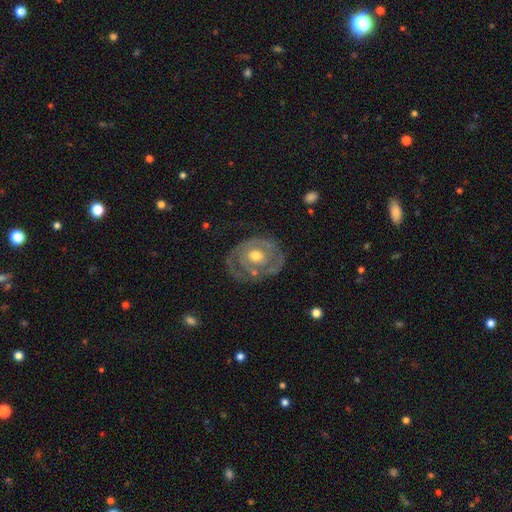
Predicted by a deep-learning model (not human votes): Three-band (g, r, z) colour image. It shows a featured or disk galaxy (77%) with no bar (78%), spiral arms (68%) and a moderate central bulge (69%). Merging: none (61%).